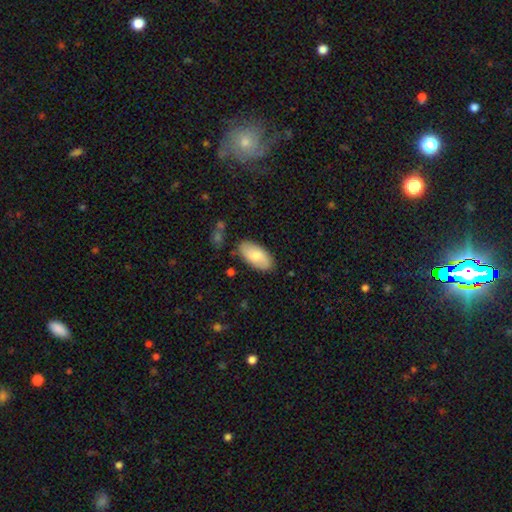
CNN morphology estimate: smooth-or-featured: smooth: 72% | featured or disk: 23% | star or artifact: 6%
  how-rounded: in between: 93% | cigar-shaped: 4% | round: 2%
  merging: none: 82% | minor disturbance: 13% | major disturbance: 3% | merger: 2%